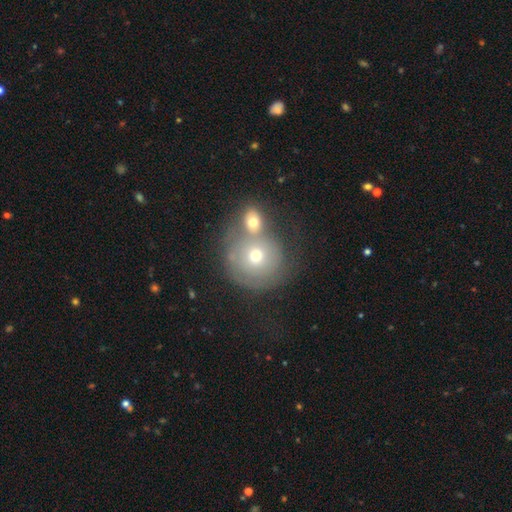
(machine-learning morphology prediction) A smooth galaxy with no disk features (55%) that is round (89%). Merging: merger (47%).